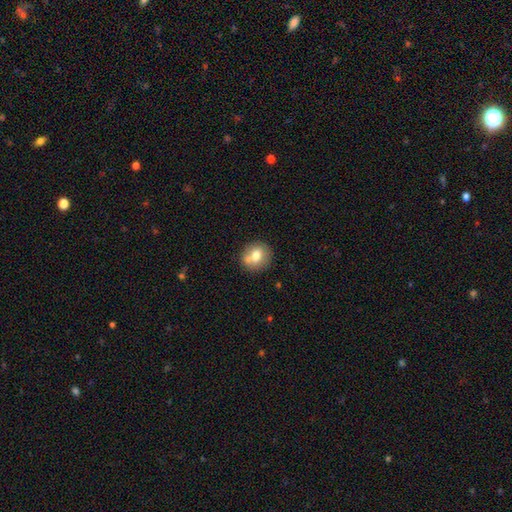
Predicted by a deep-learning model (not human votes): A smooth galaxy with no disk features (72%) that is round (80%).

Vote fractions:
- Smooth or featured? smooth: 72% / featured or disk: 19% / star or artifact: 9%
- How rounded? round: 80% / in between: 19% / cigar-shaped: 1%
- Merging? none: 64% / merger: 20% / minor disturbance: 12% / major disturbance: 3%